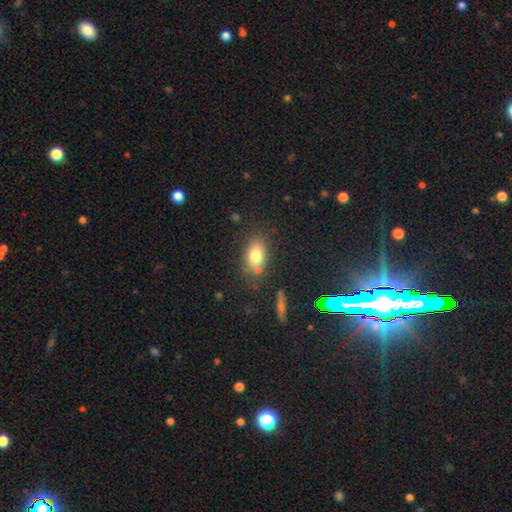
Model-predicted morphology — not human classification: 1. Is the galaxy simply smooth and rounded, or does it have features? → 79% smooth, 12% featured or disk, 9% star or artifact.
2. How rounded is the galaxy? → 84% in between, 13% round, 4% cigar-shaped.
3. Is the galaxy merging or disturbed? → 73% none, 15% minor disturbance, 7% merger, 5% major disturbance.